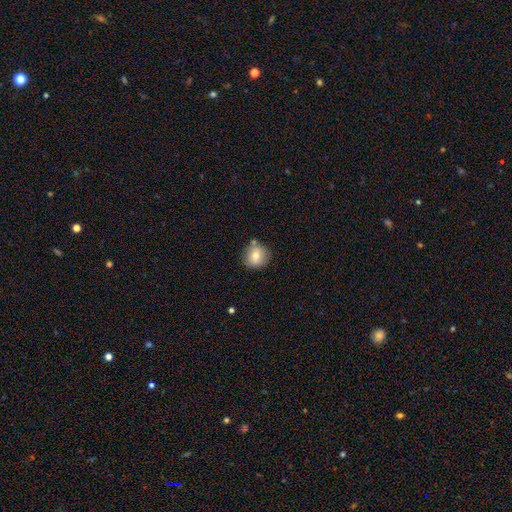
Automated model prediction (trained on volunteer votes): The model was most divided on "smooth or featured": smooth: 75%, featured or disk: 16%, star or artifact: 10%. More confident: how rounded — round (89%); merging — none (74%).